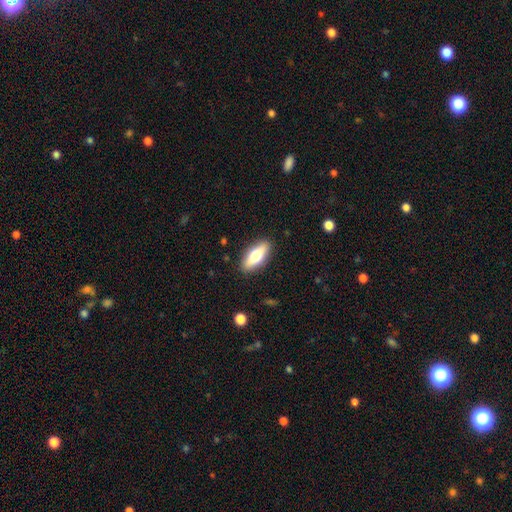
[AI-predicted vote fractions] Morphology: type=smooth (63%); roundness=in between (69%); merging=none (88%).